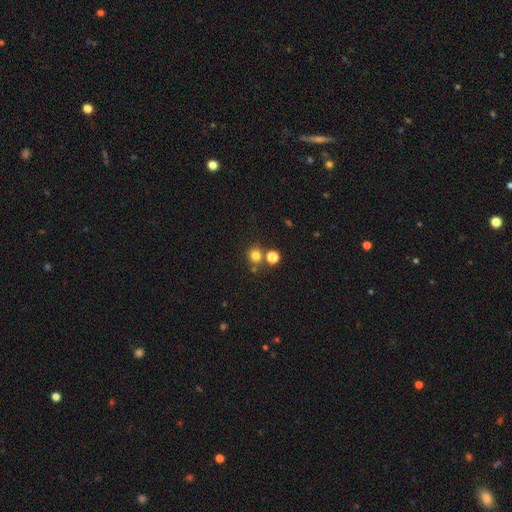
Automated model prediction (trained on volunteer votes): Smooth or featured? smooth (77%)
How rounded? round (85%)
Merging? none (72%)